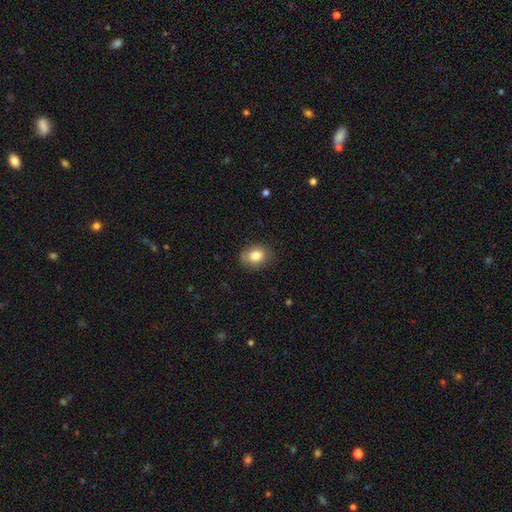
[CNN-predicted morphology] Smooth or featured? smooth (82%)
How rounded? in between (59%)
Merging? none (80%)